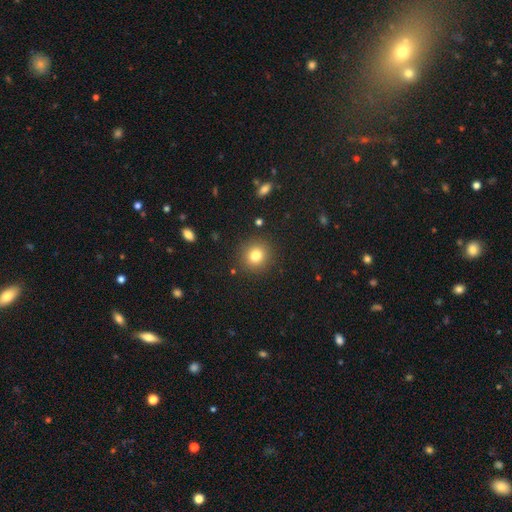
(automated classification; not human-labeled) Morphology: type=smooth (80%); roundness=round (90%); merging=none (89%).